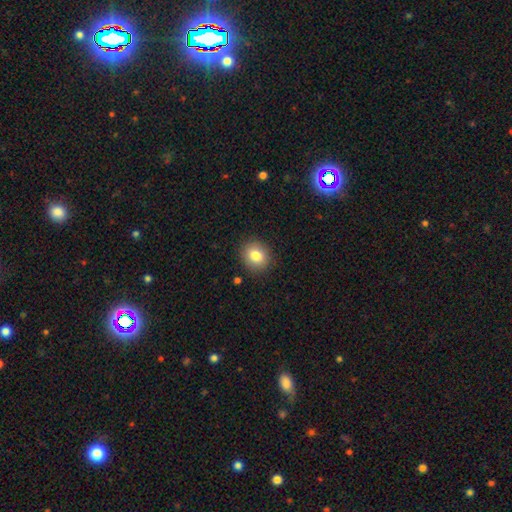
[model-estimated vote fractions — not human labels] Q: Smooth or featured?
A: smooth (82%); runner-up: star or artifact (10%)
Q: How rounded?
A: round (70%); runner-up: in between (29%)
Q: Merging?
A: none (88%); runner-up: minor disturbance (8%)